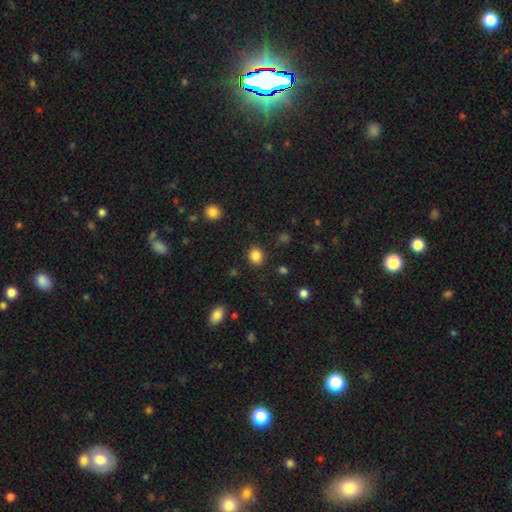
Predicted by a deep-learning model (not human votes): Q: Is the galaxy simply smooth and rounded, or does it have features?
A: smooth — 85%.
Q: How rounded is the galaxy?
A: round — 78%.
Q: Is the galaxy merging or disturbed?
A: none — 89%.